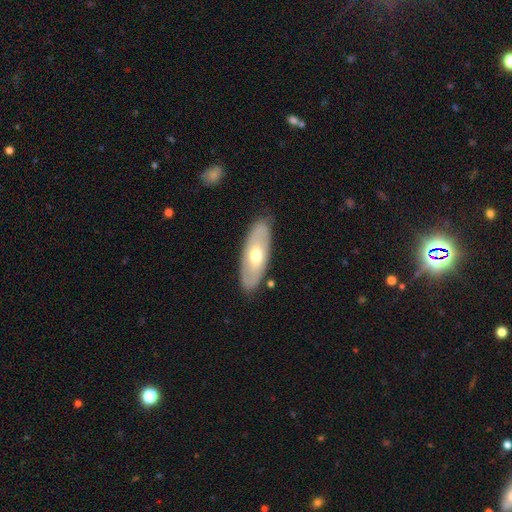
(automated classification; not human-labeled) smooth 48%, featured or disk 47%, star or artifact 5%. Down the decision tree: merging — none (84%).